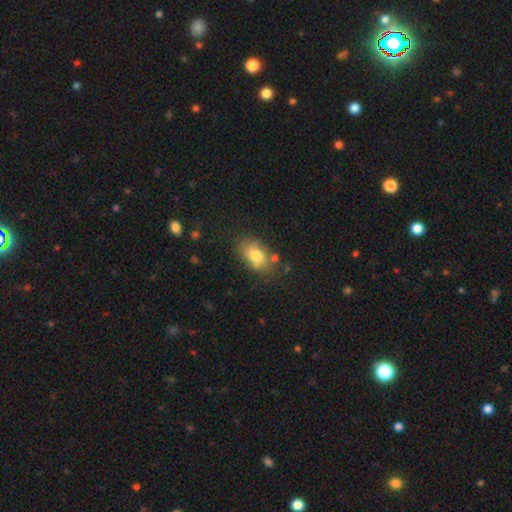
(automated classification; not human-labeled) Smooth or featured? smooth (74%)
How rounded? in between (85%)
Merging? none (66%)